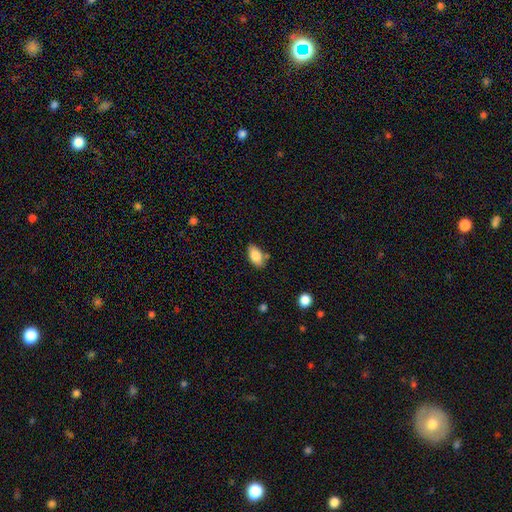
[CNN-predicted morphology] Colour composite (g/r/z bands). It shows a smooth galaxy with no disk features (84%) that is in between round and cigar-shaped (92%). Merging: none (72%).